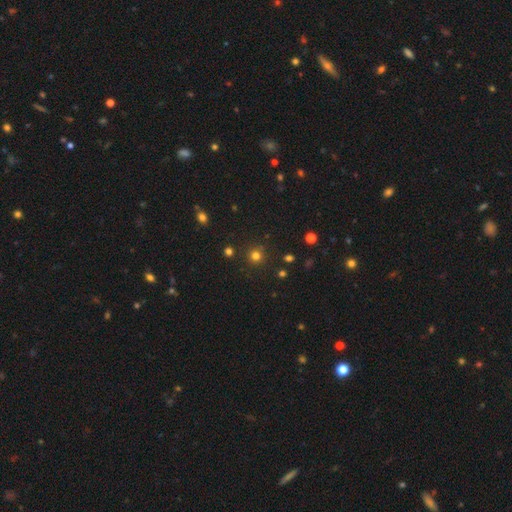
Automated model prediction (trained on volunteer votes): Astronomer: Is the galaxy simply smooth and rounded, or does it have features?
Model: smooth — 76%.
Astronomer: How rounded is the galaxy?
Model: round — 95%.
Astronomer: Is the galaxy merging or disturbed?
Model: none — 89%.